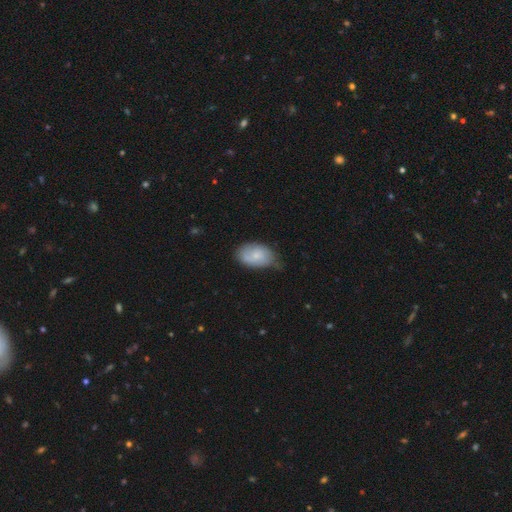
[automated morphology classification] type=smooth (63%); roundness=in between (90%); merging=none (49%).